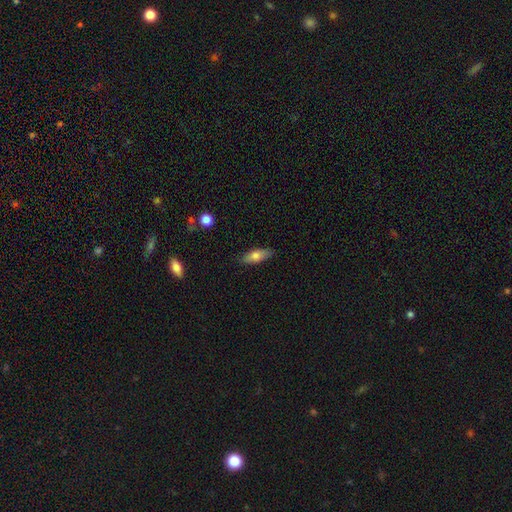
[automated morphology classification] This appears to be a smooth galaxy with no disk features (70%) that is in between round and cigar-shaped (67%). Merging: none (84%).